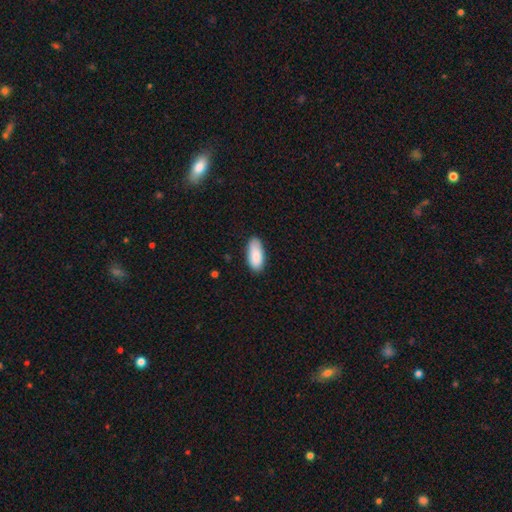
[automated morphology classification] A smooth galaxy with no disk features (87%) that is in between round and cigar-shaped (88%). Merging: none (84%).